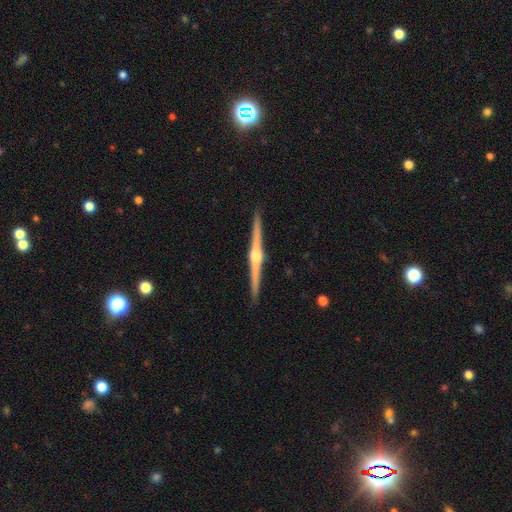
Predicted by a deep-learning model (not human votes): smooth-or-featured: featured or disk: 87% | smooth: 9% | star or artifact: 5%
  disk-edge-on: yes: 99% | no: 1%
    edge-on-bulge: rounded: 93% | boxy: 4% | none: 3%
  merging: none: 93% | minor disturbance: 5% | major disturbance: 1% | merger: 1%